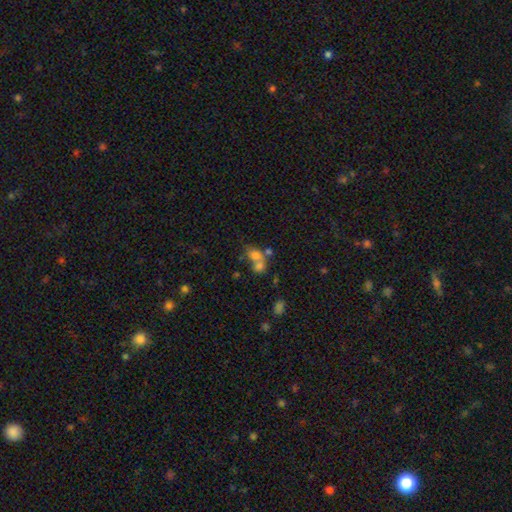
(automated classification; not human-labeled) smooth 66%, featured or disk 19%, star or artifact 15%. Down the decision tree: how rounded — in between (51%); merging — merger (61%).